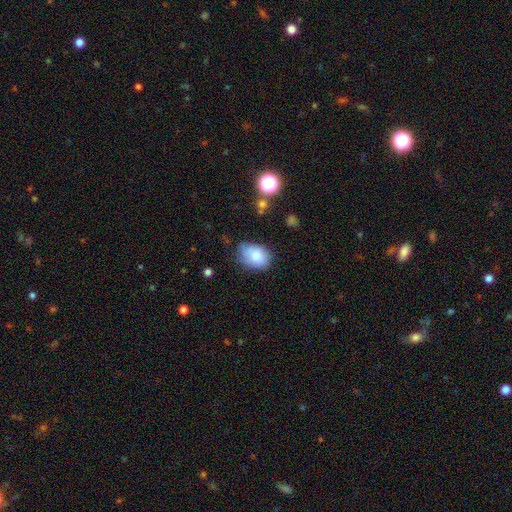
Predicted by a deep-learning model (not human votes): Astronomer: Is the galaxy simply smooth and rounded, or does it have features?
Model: smooth — 78%.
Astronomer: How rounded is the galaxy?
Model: in between — 78%.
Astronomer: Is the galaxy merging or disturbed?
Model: none — 62%.